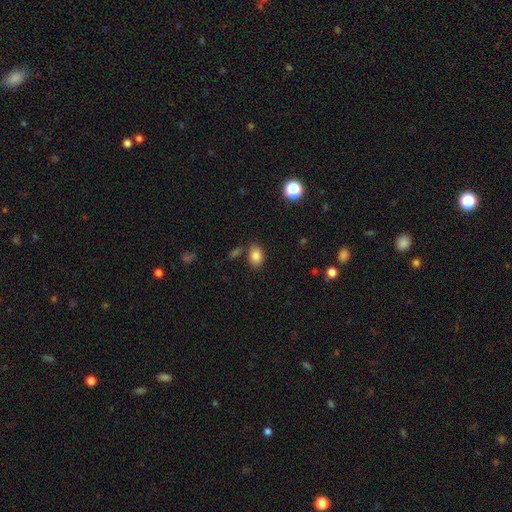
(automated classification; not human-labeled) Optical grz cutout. It shows a smooth galaxy with no disk features (84%) that is in between round and cigar-shaped (83%). Merging: none (76%).